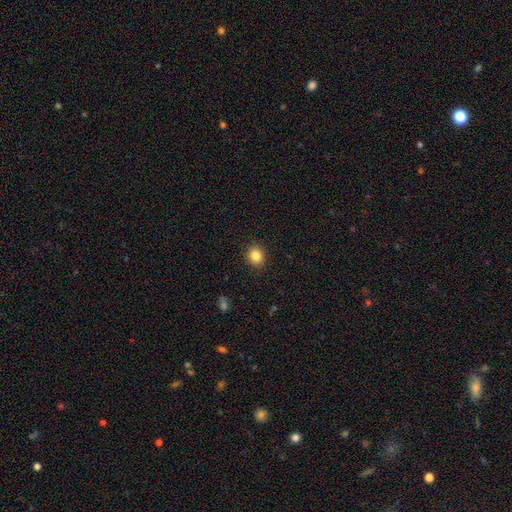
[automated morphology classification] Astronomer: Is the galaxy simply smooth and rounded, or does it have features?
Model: smooth — 85%.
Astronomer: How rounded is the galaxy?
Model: round — 71%.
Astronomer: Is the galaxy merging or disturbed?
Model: none — 90%.